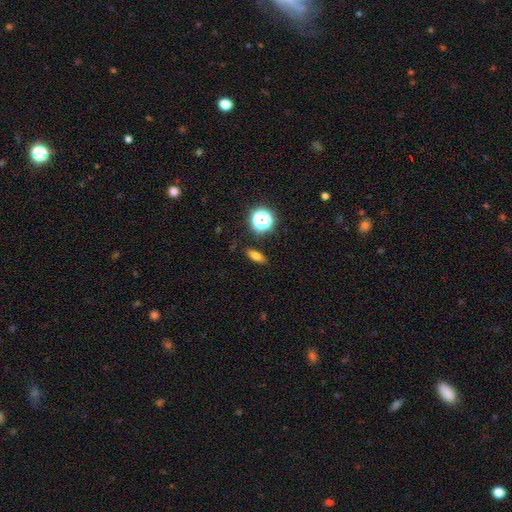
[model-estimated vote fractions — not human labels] Smooth or featured?
  - smooth: 73% *
  - star or artifact: 16%
  - featured or disk: 11%
How rounded?
  - in between: 66% *
  - cigar-shaped: 22%
  - round: 13%
Merging?
  - none: 86% *
  - minor disturbance: 9%
  - major disturbance: 3%
  - merger: 2%